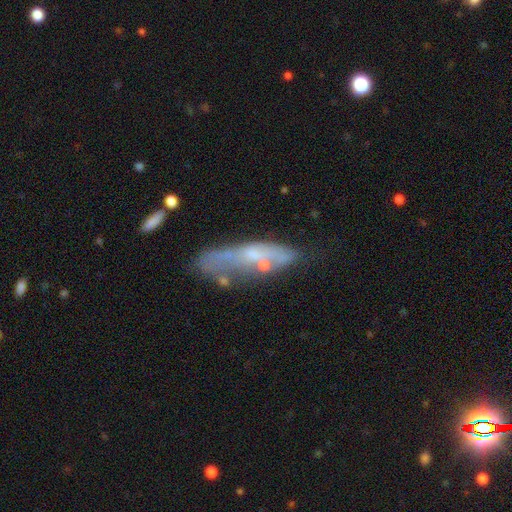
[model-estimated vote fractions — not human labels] Smooth or featured? Predicted: featured or disk (p=0.51). Edge-on disk? Predicted: no (p=0.60). Merging? Predicted: none (p=0.44).